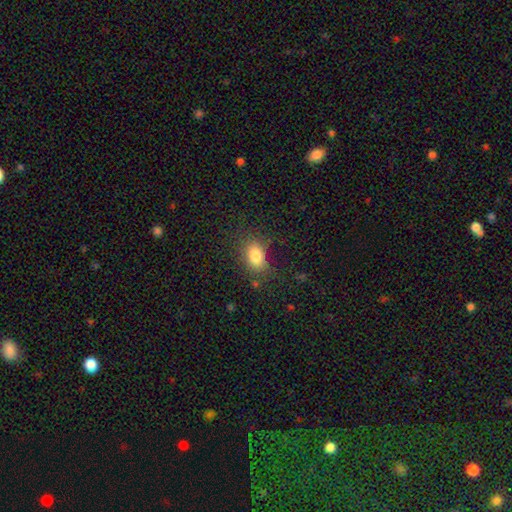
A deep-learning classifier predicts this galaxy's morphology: This is clearly a smooth galaxy (83%). How rounded: likely in between (79%). Merging: likely none (75%).